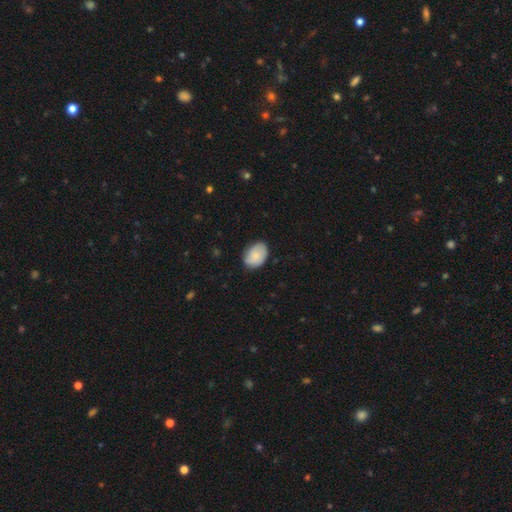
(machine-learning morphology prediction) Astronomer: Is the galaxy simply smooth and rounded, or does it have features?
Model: smooth — 79%.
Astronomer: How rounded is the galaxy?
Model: in between — 77%.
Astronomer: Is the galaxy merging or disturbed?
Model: none — 78%.